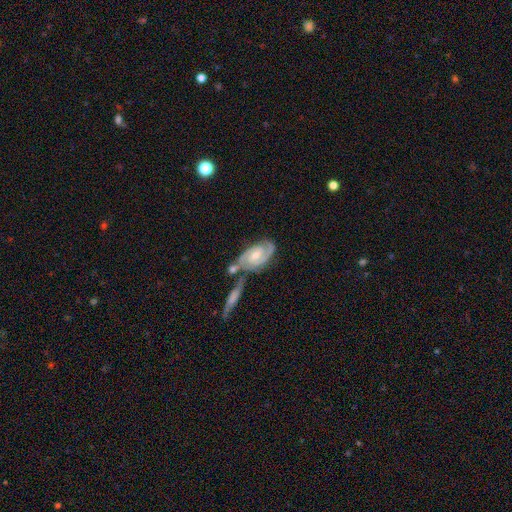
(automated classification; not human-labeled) A featured or disk galaxy (88%) with no bar (45%), 2 (86%) tight (56%) spiral arms (98%) and a moderate central bulge (54%). Merging: none (47%).